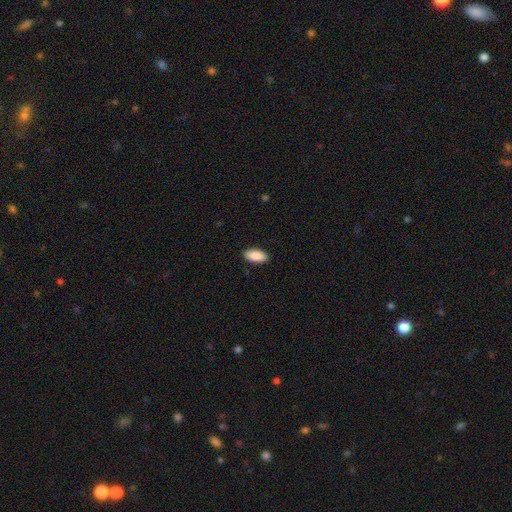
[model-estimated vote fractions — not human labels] A smooth galaxy with no disk features (90%) that is in between round and cigar-shaped (92%).

Vote fractions:
- Smooth or featured? smooth: 90% / star or artifact: 6% / featured or disk: 4%
- How rounded? in between: 92% / cigar-shaped: 6% / round: 2%
- Merging? none: 90% / minor disturbance: 7% / major disturbance: 2% / merger: 1%